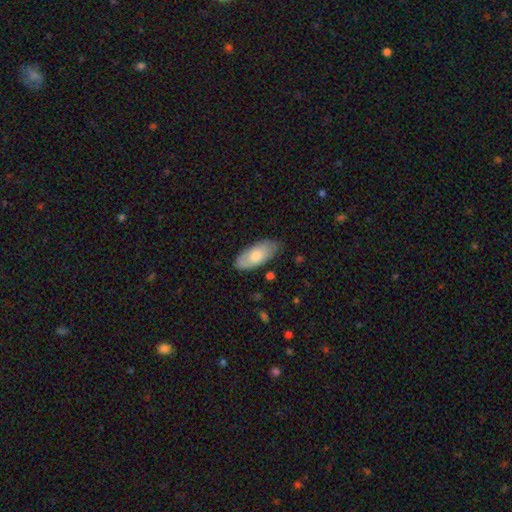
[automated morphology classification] This is likely a smooth galaxy (70%). How rounded: clearly in between (89%). Merging: likely none (78%).